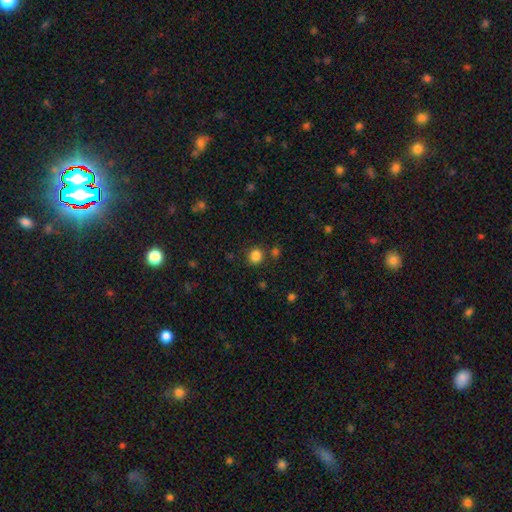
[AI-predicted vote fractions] This appears to be a smooth galaxy with no disk features (84%) that is round (83%). Merging: none (82%).